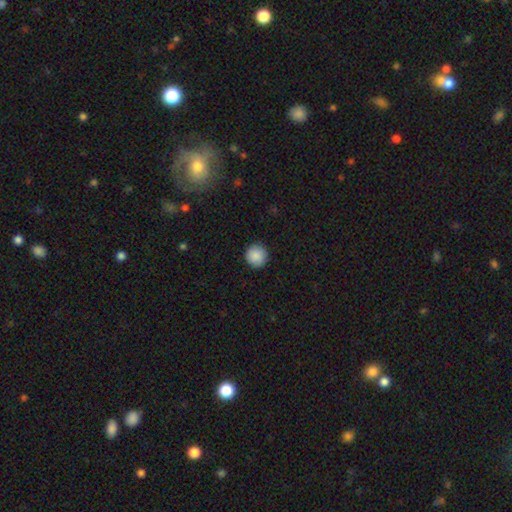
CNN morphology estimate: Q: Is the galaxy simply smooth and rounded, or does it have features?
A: smooth — 89%.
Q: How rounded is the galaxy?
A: round — 95%.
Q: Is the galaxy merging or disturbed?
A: none — 92%.